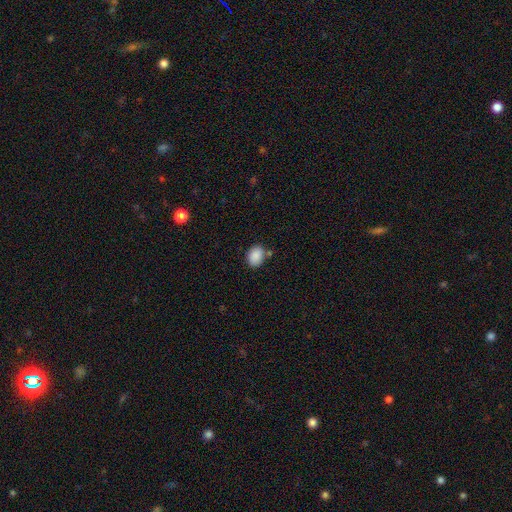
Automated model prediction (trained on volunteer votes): A smooth galaxy with no disk features (89%) that is in between round and cigar-shaped (67%). Merging: none (74%).